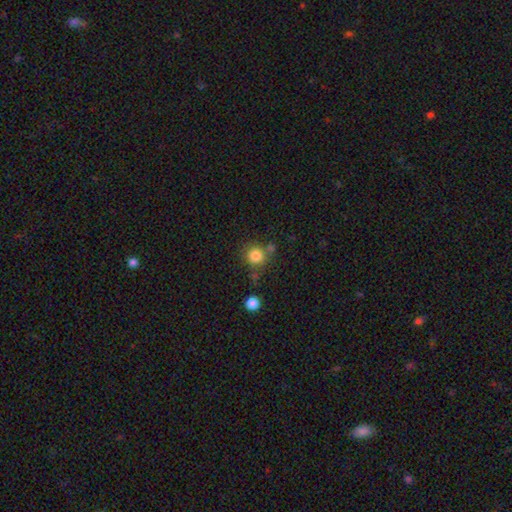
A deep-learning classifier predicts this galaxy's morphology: Smooth or featured? Predicted: smooth (p=0.82). How rounded? Predicted: round (p=0.92). Merging? Predicted: none (p=0.72).